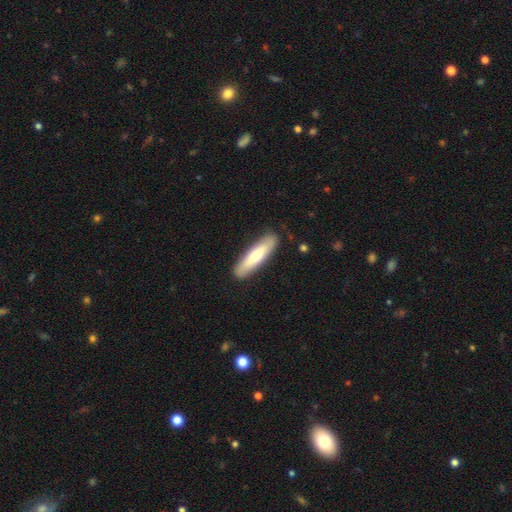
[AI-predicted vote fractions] Overall: smooth (63%; featured or disk 32%). How rounded: cigar-shaped (72%). Merging: none (87%).